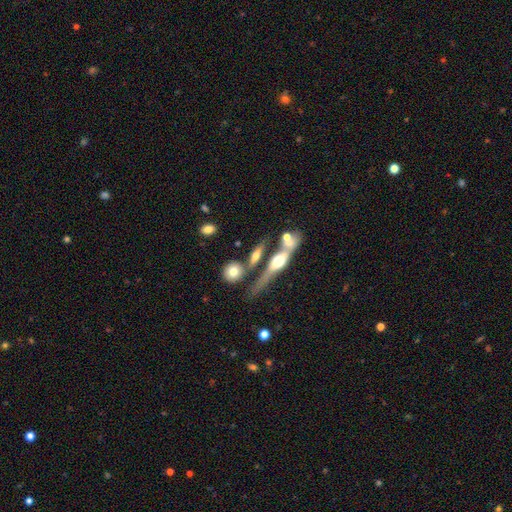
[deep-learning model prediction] smooth-or-featured: featured or disk: 56% | smooth: 35% | star or artifact: 8%
  disk-edge-on: yes: 82% | no: 18%
  merging: none: 52% | merger: 26% | minor disturbance: 15% | major disturbance: 8%